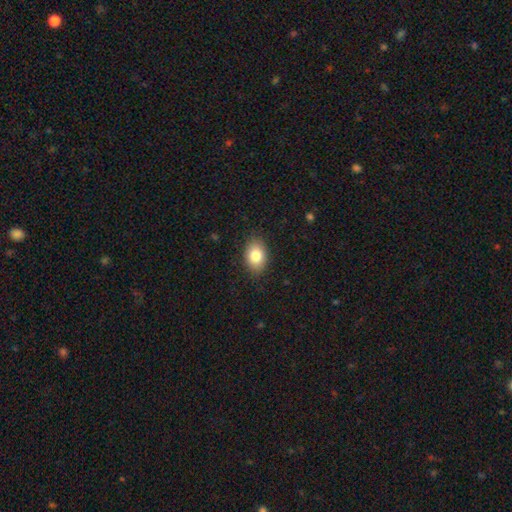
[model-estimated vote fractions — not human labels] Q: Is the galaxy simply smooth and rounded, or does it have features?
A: smooth — 83%.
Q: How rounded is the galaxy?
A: in between — 81%.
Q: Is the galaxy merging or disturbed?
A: none — 87%.